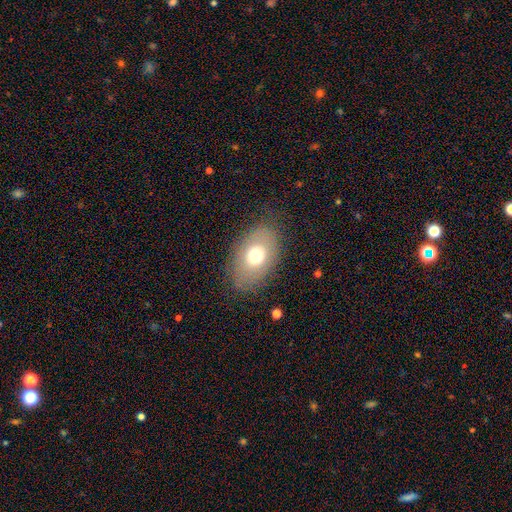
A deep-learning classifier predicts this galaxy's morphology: smooth-or-featured: smooth: 66% | featured or disk: 24% | star or artifact: 10%
  how-rounded: in between: 85% | round: 14% | cigar-shaped: 1%
  merging: none: 79% | minor disturbance: 14% | major disturbance: 6% | merger: 1%